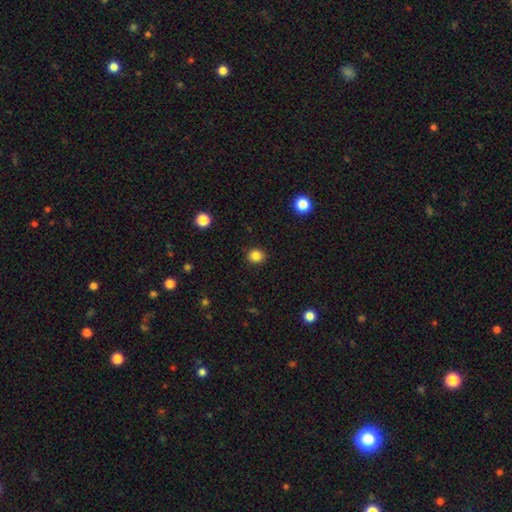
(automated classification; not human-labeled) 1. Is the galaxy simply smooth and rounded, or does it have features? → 85% smooth, 11% star or artifact, 4% featured or disk.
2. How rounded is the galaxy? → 87% round, 12% in between, 1% cigar-shaped.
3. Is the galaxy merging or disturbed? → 92% none, 5% minor disturbance, 2% major disturbance, 1% merger.